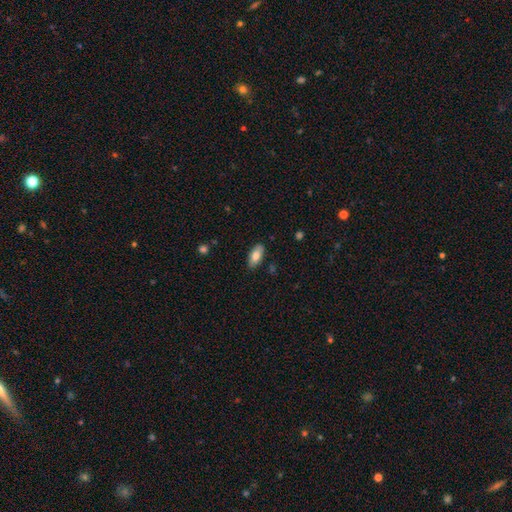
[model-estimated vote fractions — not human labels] The model was most divided on "smooth or featured": smooth: 78%, featured or disk: 15%, star or artifact: 6%. More confident: how rounded — in between (88%); merging — none (86%).